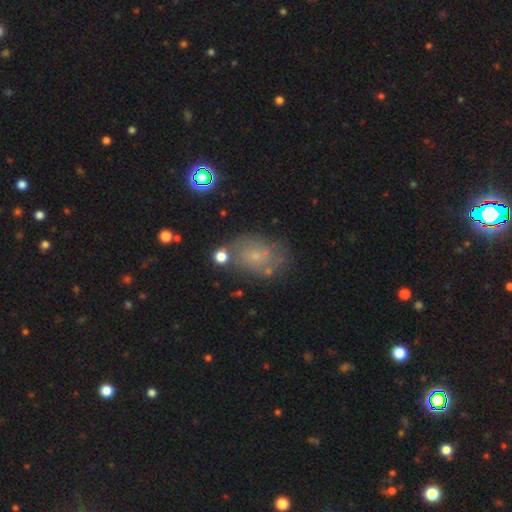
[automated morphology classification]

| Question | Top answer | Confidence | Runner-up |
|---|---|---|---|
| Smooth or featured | featured or disk | 46% | smooth (38%) |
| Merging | none | 67% | minor disturbance (19%) |